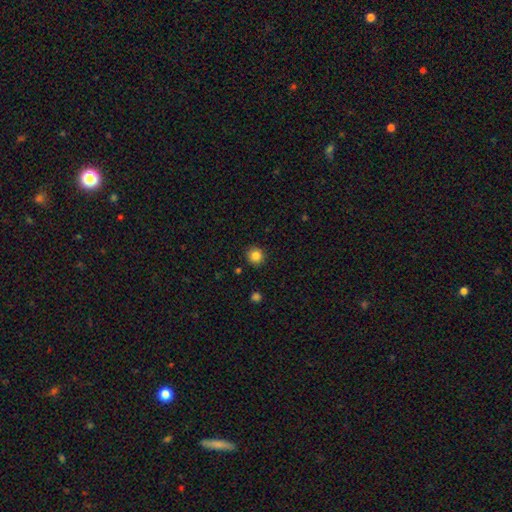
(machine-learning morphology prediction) A smooth galaxy with no disk features (85%) that is round (94%).

Vote fractions:
- Smooth or featured? smooth: 85% / star or artifact: 11% / featured or disk: 4%
- How rounded? round: 94% / in between: 5% / cigar-shaped: 1%
- Merging? none: 91% / minor disturbance: 6% / major disturbance: 2% / merger: 1%